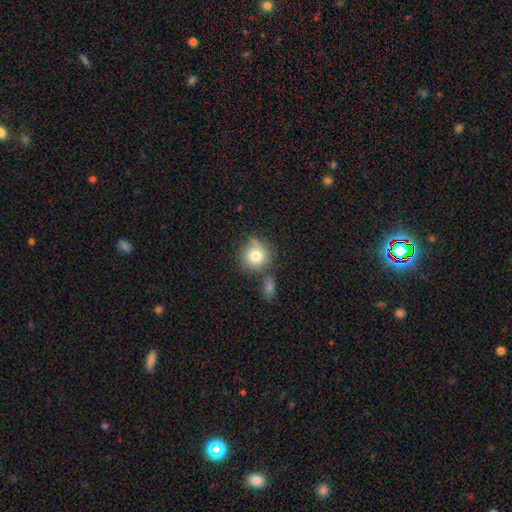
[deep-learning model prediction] smooth 78%, featured or disk 12%, star or artifact 10%. Down the decision tree: how rounded — round (88%); merging — none (60%).